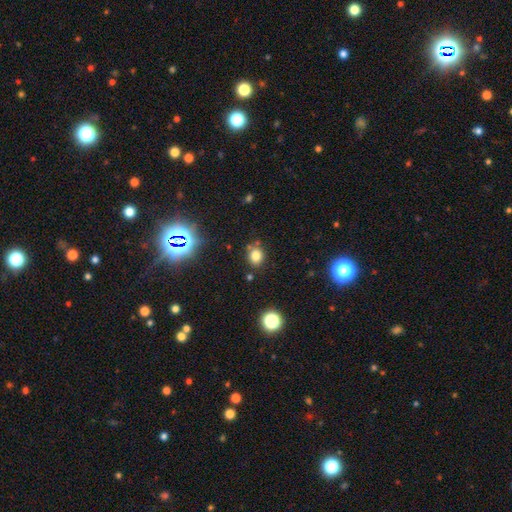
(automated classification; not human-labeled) Morphology: type=smooth (76%); roundness=round (66%); merging=none (78%).